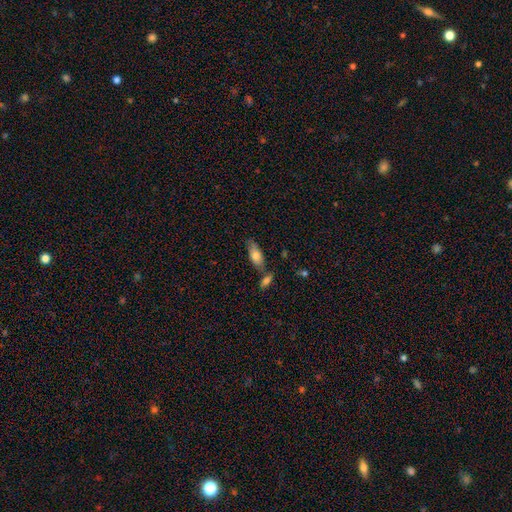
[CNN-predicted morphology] A smooth galaxy with no disk features (73%) that is in between round and cigar-shaped (79%). Merging: none (60%).